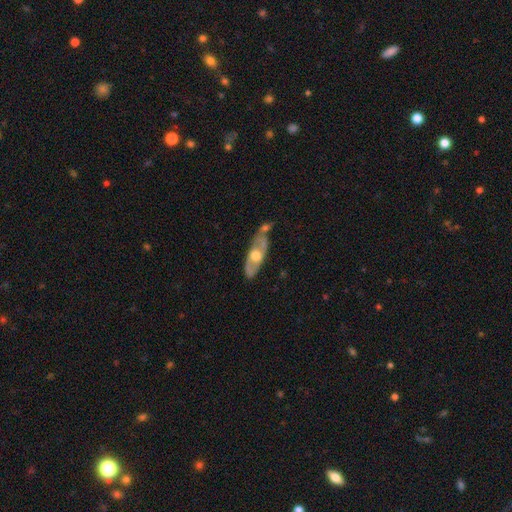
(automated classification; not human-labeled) smooth-or-featured: featured or disk: 60% | smooth: 35% | star or artifact: 5%
  disk-edge-on: no: 65% | yes: 35%
  merging: none: 62% | minor disturbance: 19% | merger: 14% | major disturbance: 6%